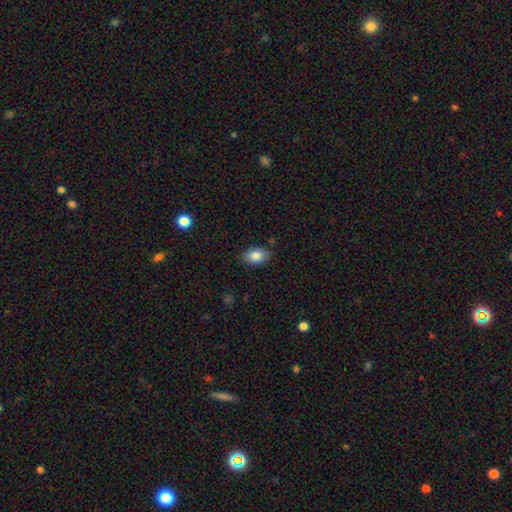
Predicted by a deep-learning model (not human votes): Q: Smooth or featured?
A: smooth (86%); runner-up: star or artifact (8%)
Q: How rounded?
A: in between (87%); runner-up: round (12%)
Q: Merging?
A: none (82%); runner-up: minor disturbance (14%)